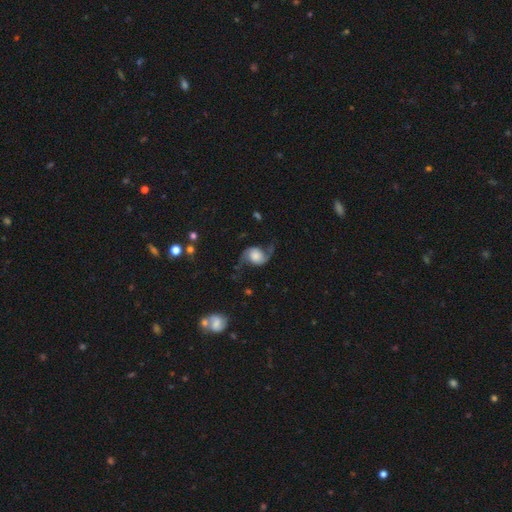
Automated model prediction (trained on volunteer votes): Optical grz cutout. It shows a featured or disk galaxy (82%) with no bar (69%), 2 (94%) loose (77%) spiral arms (96%) and a large central bulge (36%). Merging: none (70%).